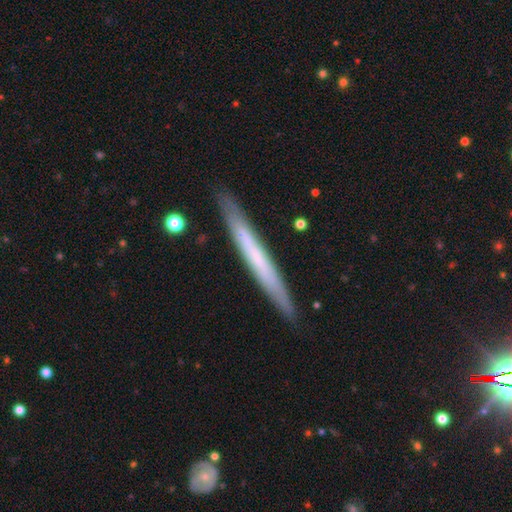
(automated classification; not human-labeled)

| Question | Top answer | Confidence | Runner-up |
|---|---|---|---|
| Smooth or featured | featured or disk | 47% | smooth (46%) |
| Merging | none | 89% | minor disturbance (8%) |